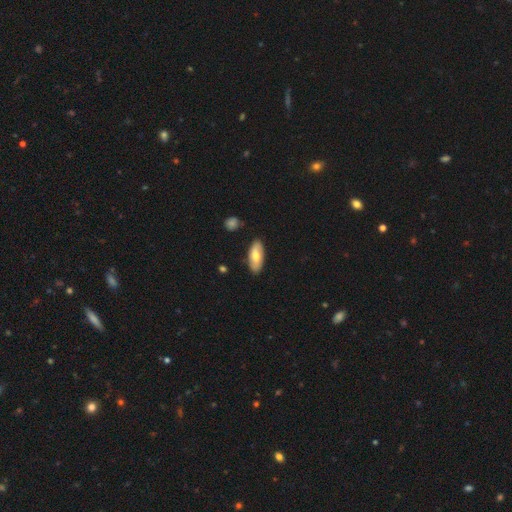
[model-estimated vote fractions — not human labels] This is possibly a smooth galaxy (59%). How rounded: clearly in between (86%). Merging: clearly none (82%).